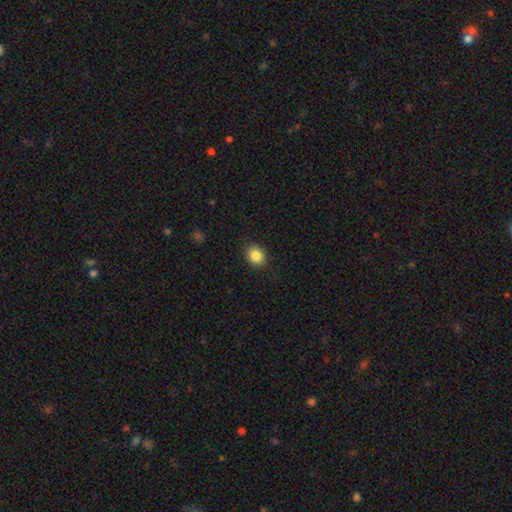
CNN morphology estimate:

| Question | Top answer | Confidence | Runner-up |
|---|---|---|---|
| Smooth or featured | smooth | 85% | star or artifact (9%) |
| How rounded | round | 54% | in between (45%) |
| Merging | none | 88% | minor disturbance (9%) |